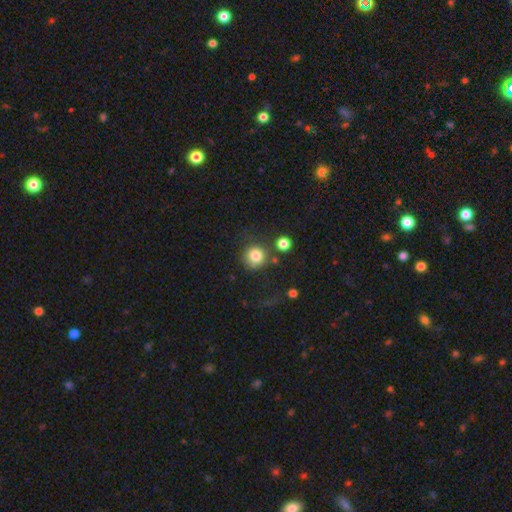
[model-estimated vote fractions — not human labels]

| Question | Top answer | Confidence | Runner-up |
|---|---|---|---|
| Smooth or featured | smooth | 81% | star or artifact (11%) |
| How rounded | round | 90% | in between (9%) |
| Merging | none | 67% | minor disturbance (15%) |